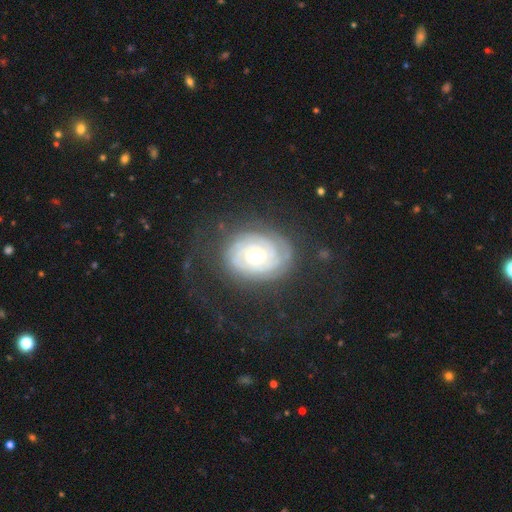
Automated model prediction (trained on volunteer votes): Morphology: type=featured or disk (84%); edge-on=no (97%); bar=no (77%); spiral arms=yes (94%); winding=tight (82%); arm count=can't tell (38%); bulge=moderate (69%); merging=none (72%).